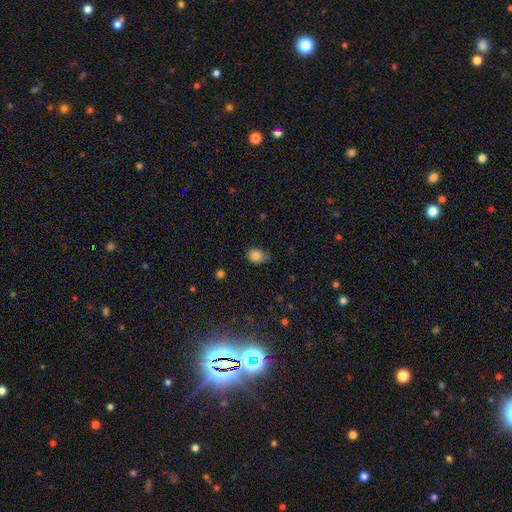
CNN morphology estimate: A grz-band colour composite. It shows a smooth galaxy with no disk features (84%) that is in between round and cigar-shaped (64%). Merging: none (61%).